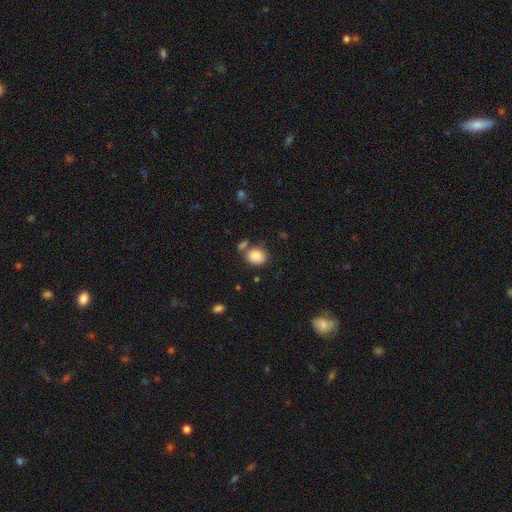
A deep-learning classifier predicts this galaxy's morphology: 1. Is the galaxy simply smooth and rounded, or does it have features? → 85% smooth, 9% star or artifact, 6% featured or disk.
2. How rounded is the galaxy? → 52% round, 47% in between, 1% cigar-shaped.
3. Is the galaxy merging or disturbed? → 64% none, 17% merger, 14% minor disturbance, 5% major disturbance.